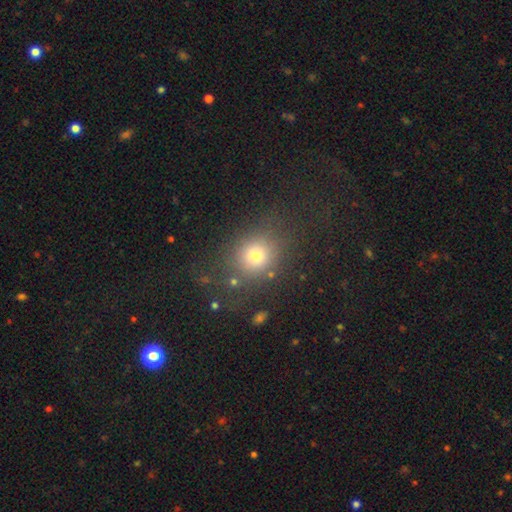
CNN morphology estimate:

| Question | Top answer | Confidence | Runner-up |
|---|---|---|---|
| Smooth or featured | smooth | 74% | star or artifact (17%) |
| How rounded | round | 72% | in between (27%) |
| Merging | none | 73% | minor disturbance (13%) |